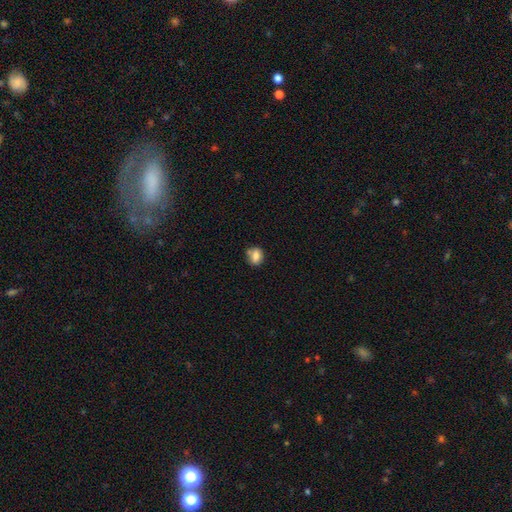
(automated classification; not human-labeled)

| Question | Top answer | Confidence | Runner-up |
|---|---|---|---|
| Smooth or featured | smooth | 76% | featured or disk (14%) |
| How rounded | round | 60% | in between (38%) |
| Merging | none | 61% | minor disturbance (21%) |